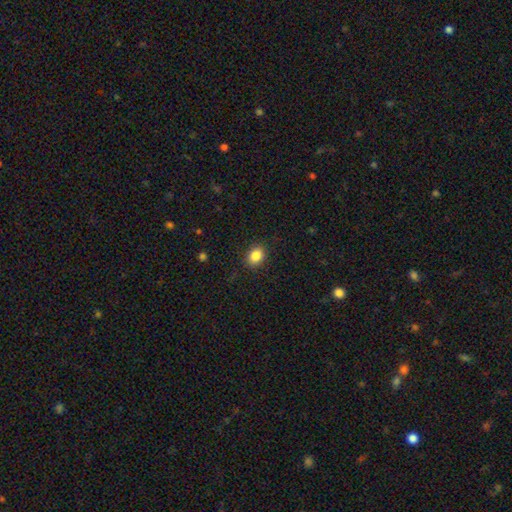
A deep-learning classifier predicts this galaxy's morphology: This is clearly a smooth galaxy (86%). How rounded: possibly in between (54%). Merging: clearly none (88%).